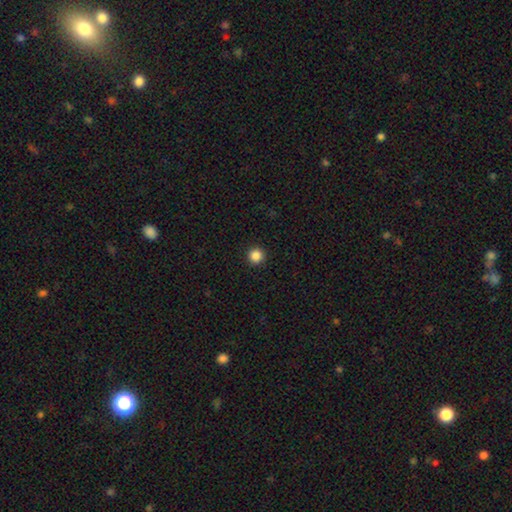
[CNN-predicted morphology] smooth_or_featured: smooth (p=0.86) [alt: star or artifact p=0.11]
how_rounded: round (p=0.96) [alt: in between p=0.03]
merging: none (p=0.93) [alt: minor disturbance p=0.04]